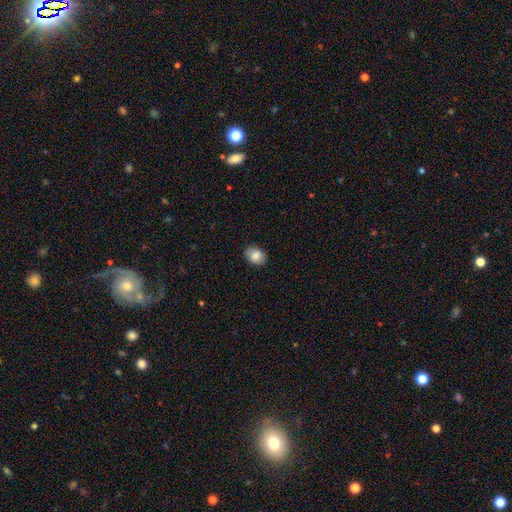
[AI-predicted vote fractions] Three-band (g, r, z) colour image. It shows a smooth galaxy with no disk features (86%) that is in between round and cigar-shaped (66%). Merging: none (87%).